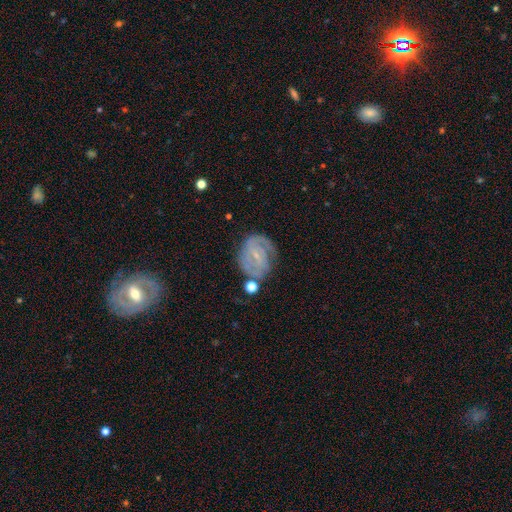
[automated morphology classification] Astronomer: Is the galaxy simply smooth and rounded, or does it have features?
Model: featured or disk — 76%.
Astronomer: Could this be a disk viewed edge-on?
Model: no — 97%.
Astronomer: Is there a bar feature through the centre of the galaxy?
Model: weak — 46% (runner-up: no, 39%).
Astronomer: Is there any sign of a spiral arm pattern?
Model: yes — 91%.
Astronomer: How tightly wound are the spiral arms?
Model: tight — 55% (runner-up: medium, 35%).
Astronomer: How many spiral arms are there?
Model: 2 — 44% (runner-up: can't tell, 27%).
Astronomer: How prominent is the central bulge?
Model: small — 78%.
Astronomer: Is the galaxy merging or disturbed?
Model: none — 63%.